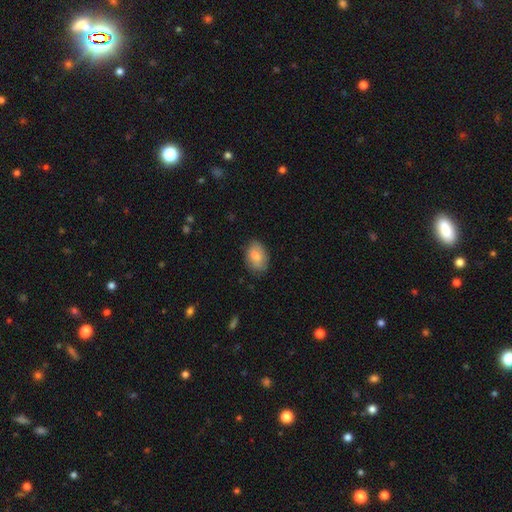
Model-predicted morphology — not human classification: smooth_or_featured: smooth (p=0.79) [alt: featured or disk p=0.14]
how_rounded: in between (p=0.87) [alt: round p=0.11]
merging: none (p=0.77) [alt: minor disturbance p=0.18]